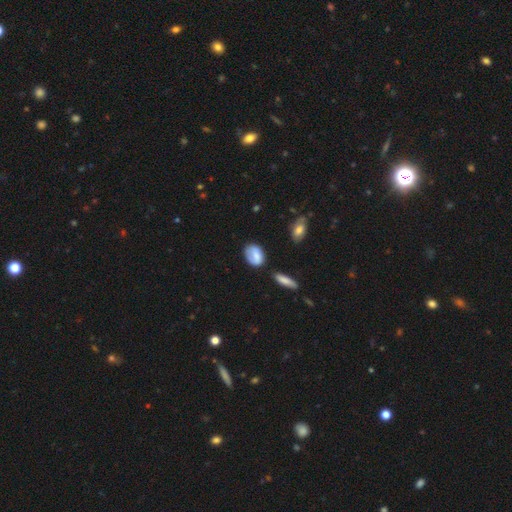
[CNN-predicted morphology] Q: Smooth or featured?
A: smooth (72%); runner-up: featured or disk (21%)
Q: How rounded?
A: in between (75%); runner-up: round (22%)
Q: Merging?
A: none (66%); runner-up: minor disturbance (22%)